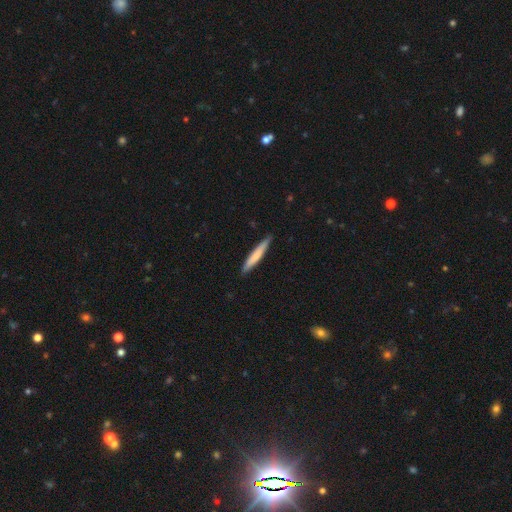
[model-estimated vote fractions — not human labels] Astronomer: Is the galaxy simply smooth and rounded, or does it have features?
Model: smooth — 69%.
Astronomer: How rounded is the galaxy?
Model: cigar-shaped — 94%.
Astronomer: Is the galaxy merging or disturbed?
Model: none — 88%.